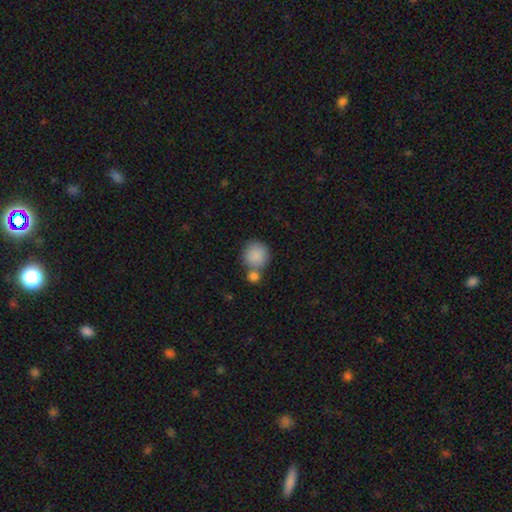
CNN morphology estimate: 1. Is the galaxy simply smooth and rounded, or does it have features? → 87% smooth, 8% star or artifact, 6% featured or disk.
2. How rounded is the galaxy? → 89% round, 10% in between, 1% cigar-shaped.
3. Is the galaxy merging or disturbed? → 53% none, 32% merger, 11% minor disturbance, 4% major disturbance.